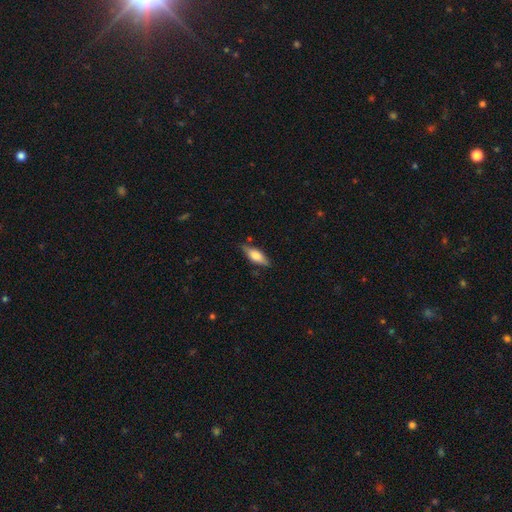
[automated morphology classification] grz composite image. It shows a smooth galaxy with no disk features (65%) that is in between round and cigar-shaped (69%). Merging: none (76%).